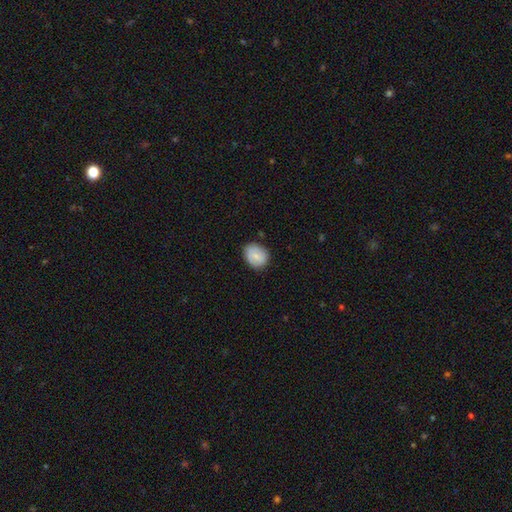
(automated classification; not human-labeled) The model was most divided on "how rounded": round: 54%, in between: 45%, cigar-shaped: 1%. More confident: merging — none (81%); smooth or featured — smooth (71%).